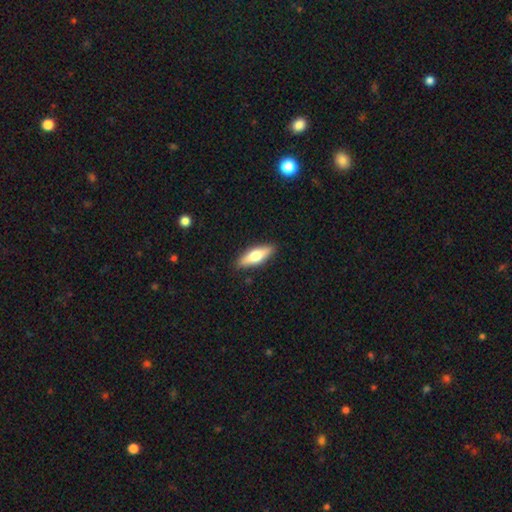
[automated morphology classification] A smooth galaxy with no disk features (55%) that is in between round and cigar-shaped (51%).

Vote fractions:
- Smooth or featured? smooth: 55% / featured or disk: 39% / star or artifact: 6%
- How rounded? in between: 51% / cigar-shaped: 46% / round: 2%
- Merging? none: 89% / minor disturbance: 8% / major disturbance: 2% / merger: 1%